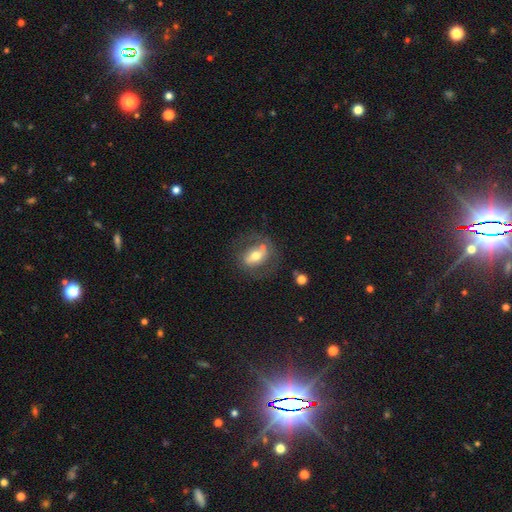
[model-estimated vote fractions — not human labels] smooth_or_featured: featured or disk (p=0.55) [alt: smooth p=0.38]
disk_edge_on: no (p=0.88) [alt: yes p=0.12]
merging: none (p=0.62) [alt: minor disturbance p=0.19]